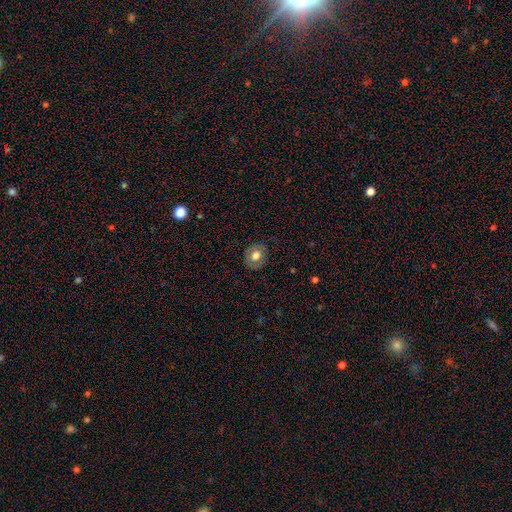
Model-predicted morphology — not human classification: Overall: smooth (64%; featured or disk 28%). How rounded: round (63%; in between 36%). Merging: none (81%).